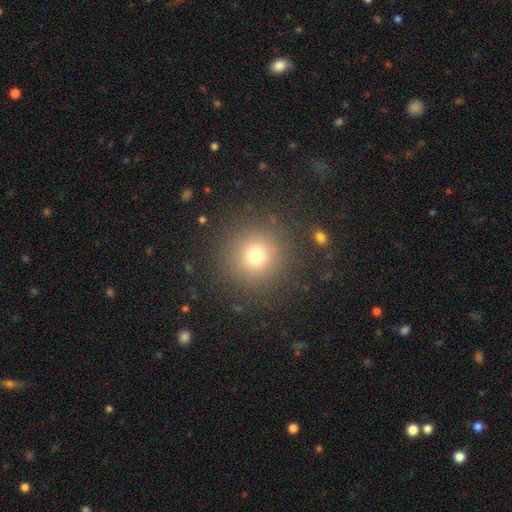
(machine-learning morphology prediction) A smooth galaxy with no disk features (72%) that is round (95%). Merging: none (88%).